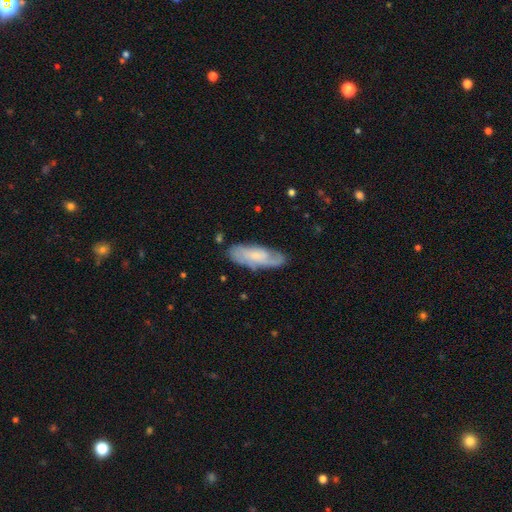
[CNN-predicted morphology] smooth_or_featured: featured or disk (p=0.58) [alt: smooth p=0.35]
disk_edge_on: no (p=0.84) [alt: yes p=0.16]
merging: none (p=0.75) [alt: minor disturbance p=0.19]